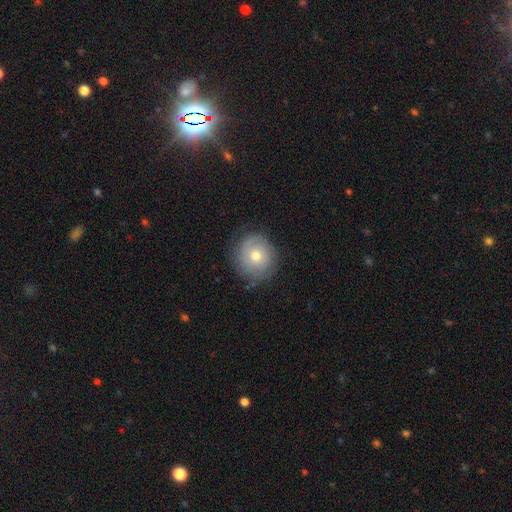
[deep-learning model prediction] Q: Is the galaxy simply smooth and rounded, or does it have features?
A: smooth — 55%.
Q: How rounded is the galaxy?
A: round — 87%.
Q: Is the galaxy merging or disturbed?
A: none — 78%.